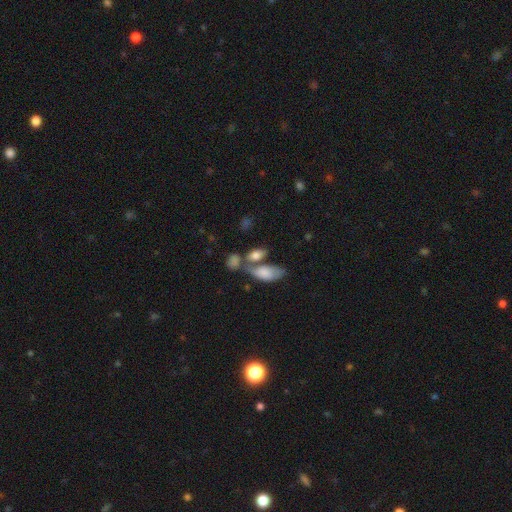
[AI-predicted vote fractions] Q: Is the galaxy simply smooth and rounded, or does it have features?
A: smooth — 75%.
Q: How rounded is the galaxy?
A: in between — 86%.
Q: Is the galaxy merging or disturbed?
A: merger — 46%.